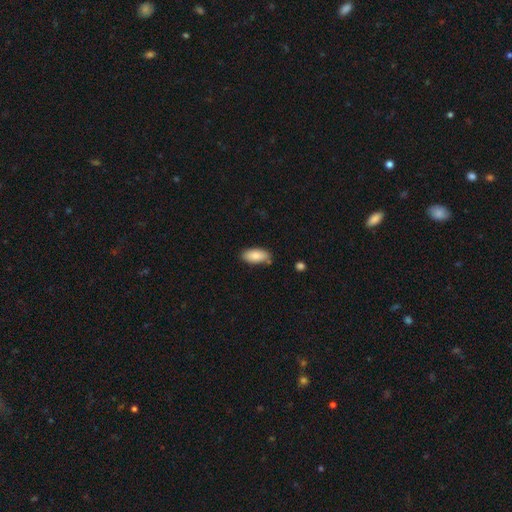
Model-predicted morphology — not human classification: The model was most divided on "merging": none: 77%, minor disturbance: 16%, merger: 4%, major disturbance: 3%. More confident: how rounded — in between (90%); smooth or featured — smooth (86%).